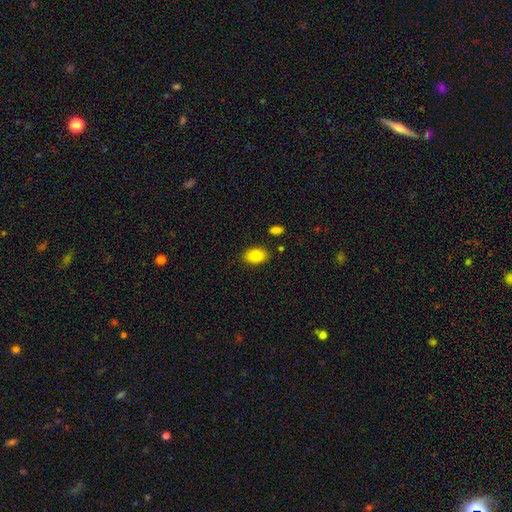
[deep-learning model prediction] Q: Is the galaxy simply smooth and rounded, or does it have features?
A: smooth — 83%.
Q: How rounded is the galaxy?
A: in between — 84%.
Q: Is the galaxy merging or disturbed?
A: none — 86%.